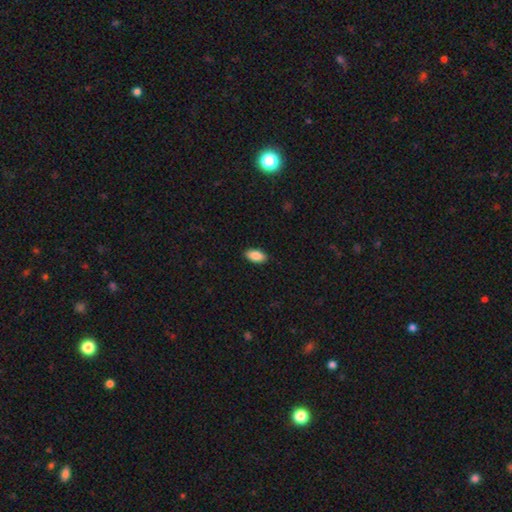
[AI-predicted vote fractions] Overall: smooth (88%). How rounded: in between (93%). Merging: none (90%).